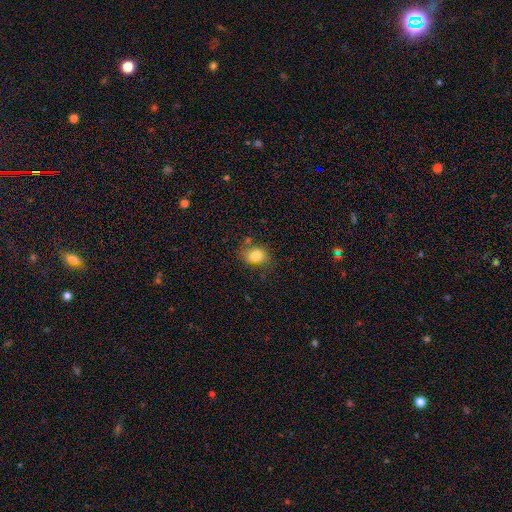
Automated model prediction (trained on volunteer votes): Smooth or featured: smooth — 81% (star or artifact — 10%)
How rounded: in between — 60% (round — 38%)
Merging: none — 68% (minor disturbance — 20%)